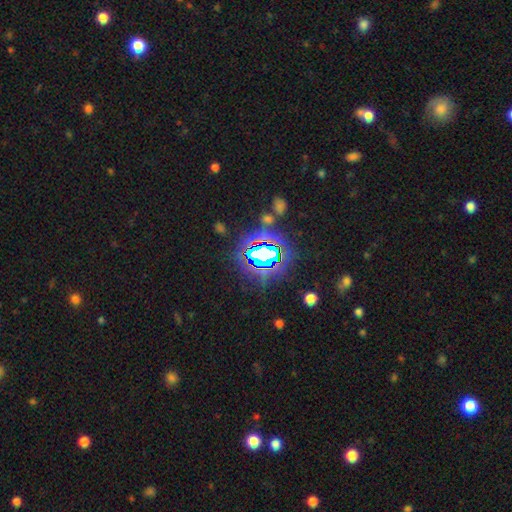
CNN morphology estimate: Smooth or featured: star or artifact — 77% (smooth — 14%)